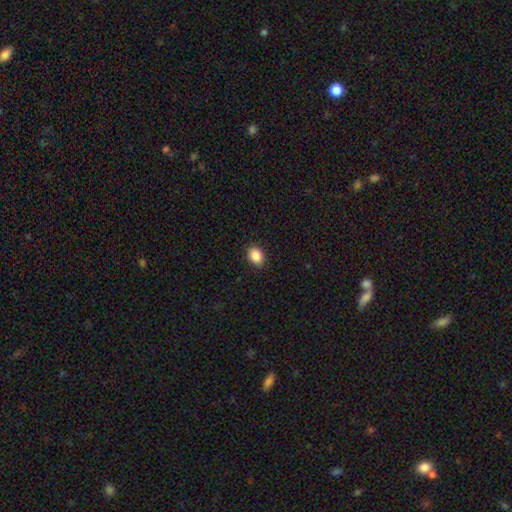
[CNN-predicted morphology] smooth_or_featured: smooth (p=0.88) [alt: star or artifact p=0.09]
how_rounded: in between (p=0.61) [alt: round p=0.38]
merging: none (p=0.89) [alt: minor disturbance p=0.08]